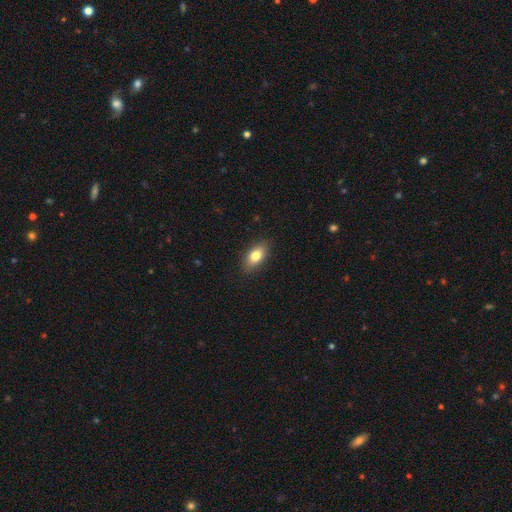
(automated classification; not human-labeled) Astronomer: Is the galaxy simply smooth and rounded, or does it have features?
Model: smooth — 79%.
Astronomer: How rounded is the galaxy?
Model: in between — 87%.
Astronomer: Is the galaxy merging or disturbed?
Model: none — 86%.